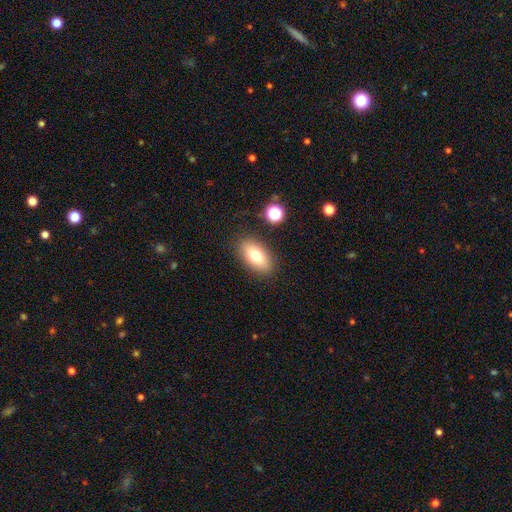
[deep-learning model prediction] Morphology: type=smooth (76%); roundness=in between (90%); merging=none (86%).